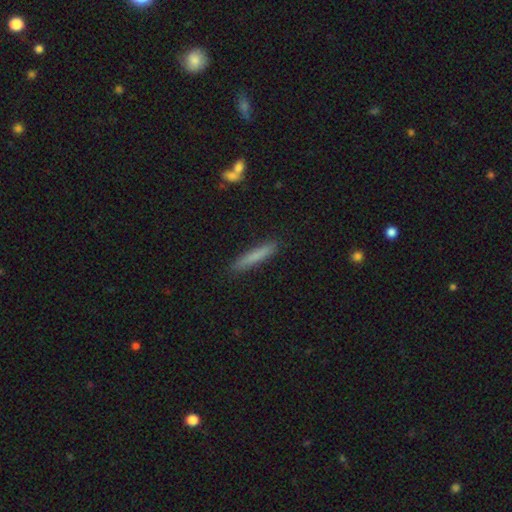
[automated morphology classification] The model was most divided on "smooth or featured": smooth: 77%, featured or disk: 16%, star or artifact: 6%. More confident: how rounded — cigar-shaped (93%); merging — none (88%).